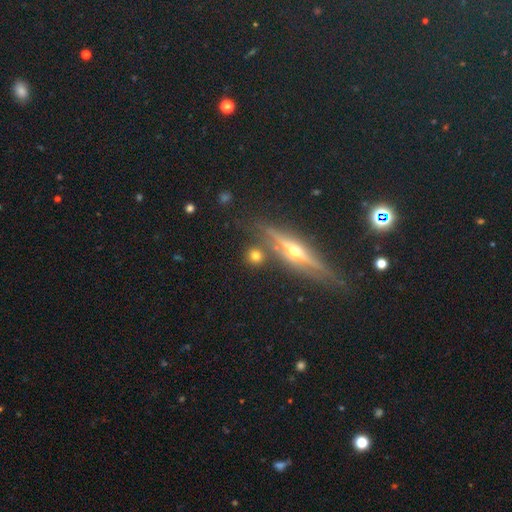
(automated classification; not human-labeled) Smooth or featured? smooth (60%)
How rounded? round (84%)
Merging? none (81%)